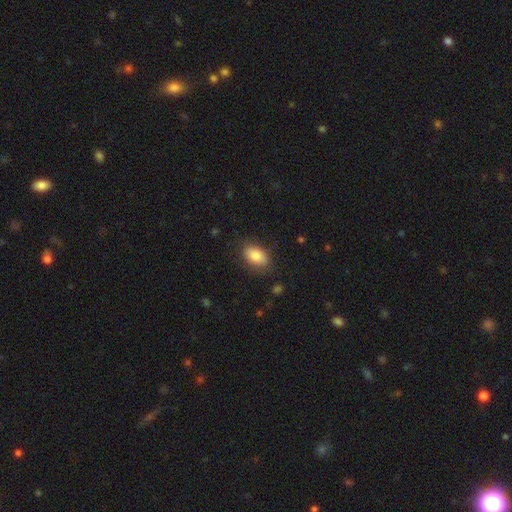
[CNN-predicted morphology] Q: Smooth or featured?
A: smooth (84%); runner-up: featured or disk (9%)
Q: How rounded?
A: in between (90%); runner-up: round (8%)
Q: Merging?
A: none (79%); runner-up: minor disturbance (16%)